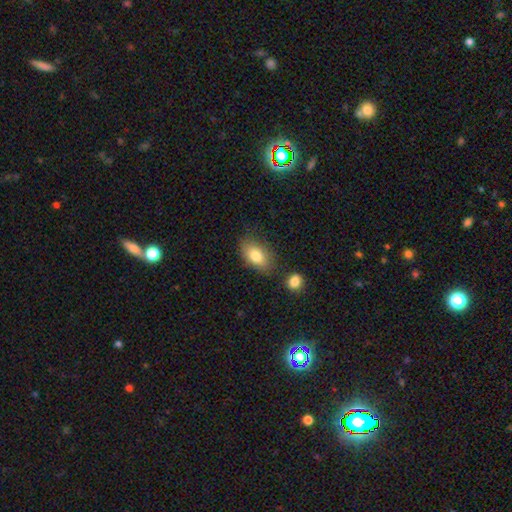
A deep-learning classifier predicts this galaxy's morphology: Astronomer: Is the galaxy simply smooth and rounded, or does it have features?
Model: smooth — 81%.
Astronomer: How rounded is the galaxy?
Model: in between — 89%.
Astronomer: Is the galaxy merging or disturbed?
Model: none — 72%.